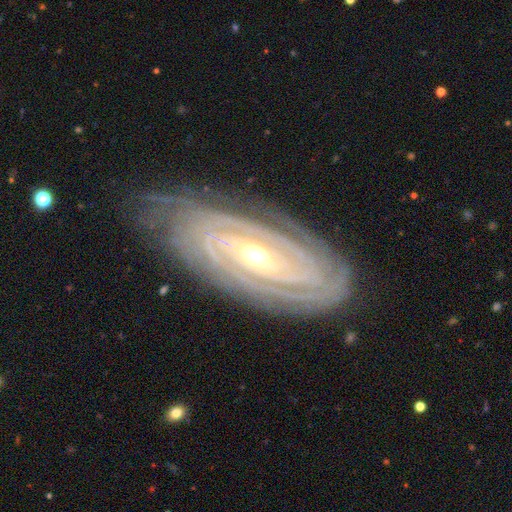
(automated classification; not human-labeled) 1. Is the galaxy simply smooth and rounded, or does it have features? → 90% featured or disk, 5% smooth, 5% star or artifact.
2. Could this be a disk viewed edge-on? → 92% no, 8% yes.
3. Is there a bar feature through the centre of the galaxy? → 35% no, 34% weak, 31% strong.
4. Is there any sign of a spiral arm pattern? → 97% yes, 3% no.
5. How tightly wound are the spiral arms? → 85% tight, 13% medium, 3% loose.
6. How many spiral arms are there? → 29% can't tell, 20% 2, 18% 3, 16% 4, 10% more than 4, 7% 1.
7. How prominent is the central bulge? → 48% small (tied), 48% moderate (tied), 2% large, 1% dominant, 1% none.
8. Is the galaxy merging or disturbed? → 79% none, 16% minor disturbance, 4% major disturbance, 1% merger.